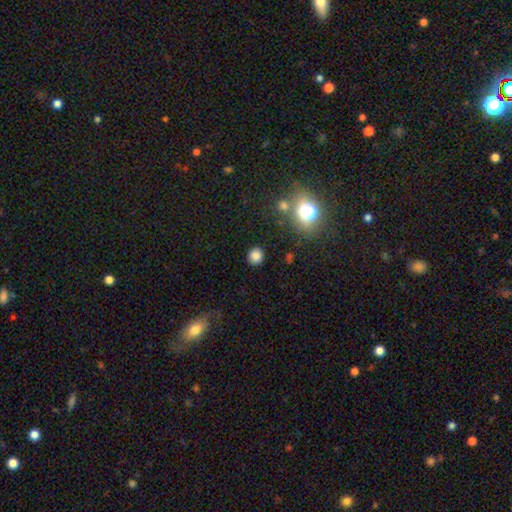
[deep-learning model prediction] Smooth or featured? smooth (82%)
How rounded? round (84%)
Merging? none (88%)